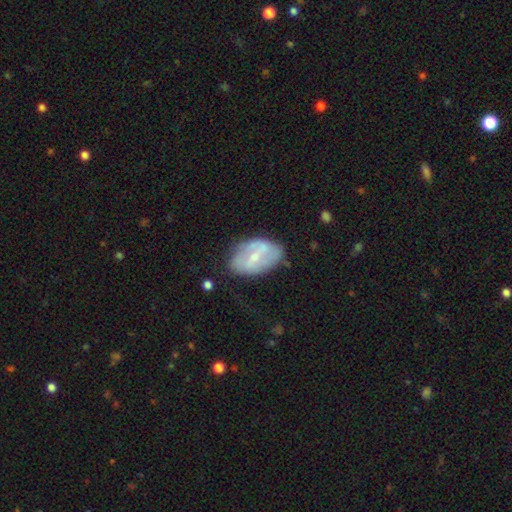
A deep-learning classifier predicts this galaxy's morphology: featured or disk 60%, smooth 33%, star or artifact 7%. Down the decision tree: edge-on disk — no (93%); bar — weak (41%); spiral arms — no (56%); bulge size — small (59%); merging — none (64%).